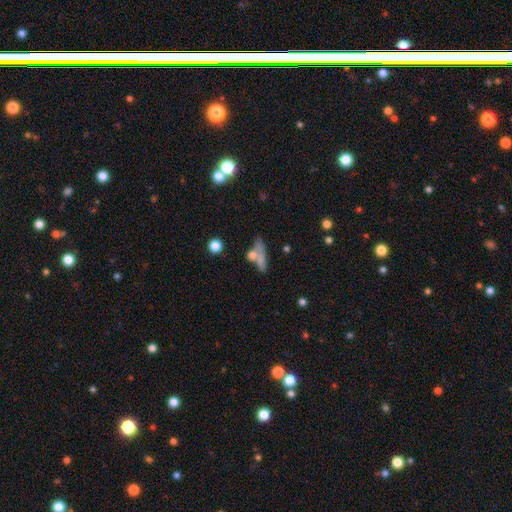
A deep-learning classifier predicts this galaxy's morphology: Smooth or featured? Predicted: smooth (p=0.61). How rounded? Predicted: cigar-shaped (p=0.49). Merging? Predicted: none (p=0.42).